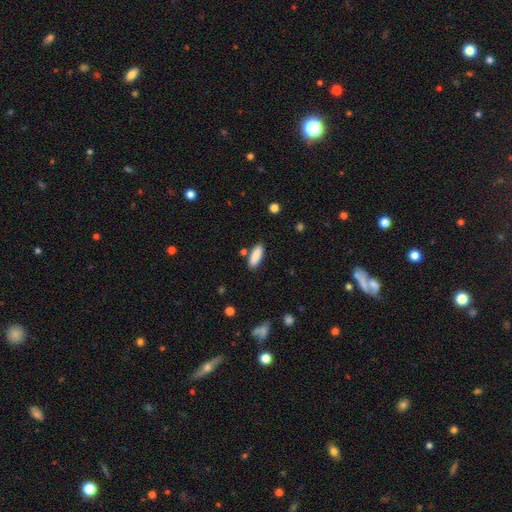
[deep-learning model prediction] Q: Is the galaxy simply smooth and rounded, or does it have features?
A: smooth — 88%.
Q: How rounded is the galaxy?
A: in between — 65%.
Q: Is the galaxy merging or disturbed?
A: none — 83%.